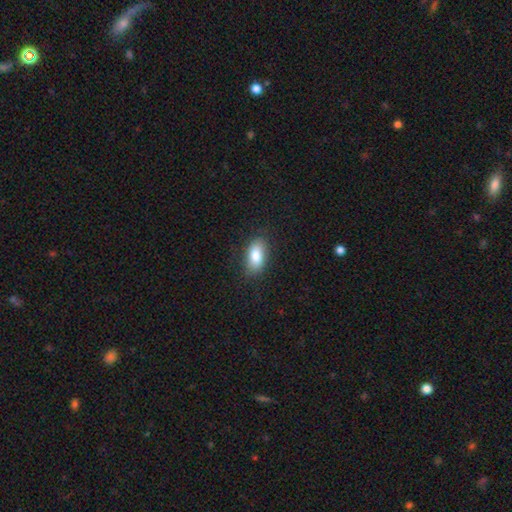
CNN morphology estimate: smooth 84%, featured or disk 9%, star or artifact 7%. Down the decision tree: how rounded — in between (91%); merging — none (82%).